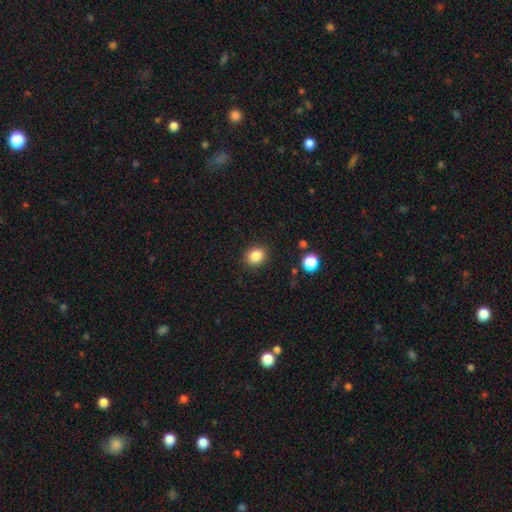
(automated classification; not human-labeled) smooth-or-featured: smooth: 85% | star or artifact: 10% | featured or disk: 5%
  how-rounded: round: 63% | in between: 36% | cigar-shaped: 1%
  merging: none: 89% | minor disturbance: 7% | major disturbance: 2% | merger: 1%